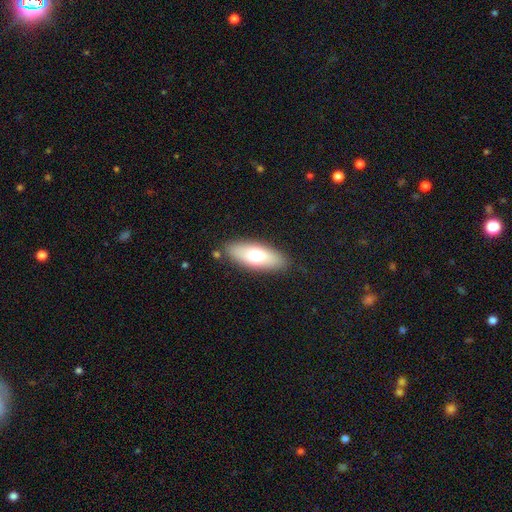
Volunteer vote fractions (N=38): This appears to be a smooth galaxy with no disk features (68%) that is in between round and cigar-shaped (96%). Merging: none (83%).